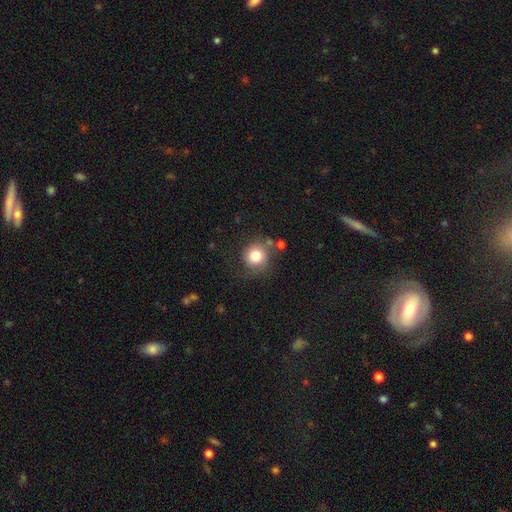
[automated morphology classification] Smooth or featured: smooth — 80% (featured or disk — 11%)
How rounded: round — 88% (in between — 11%)
Merging: none — 64% (minor disturbance — 19%)